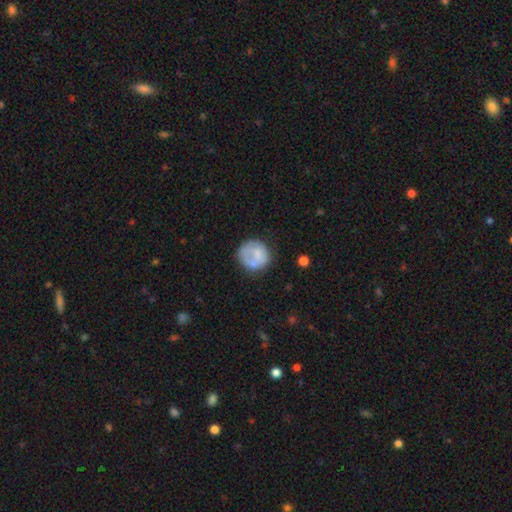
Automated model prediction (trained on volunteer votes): A smooth galaxy with no disk features (66%) that is round (86%). Merging: none (56%).